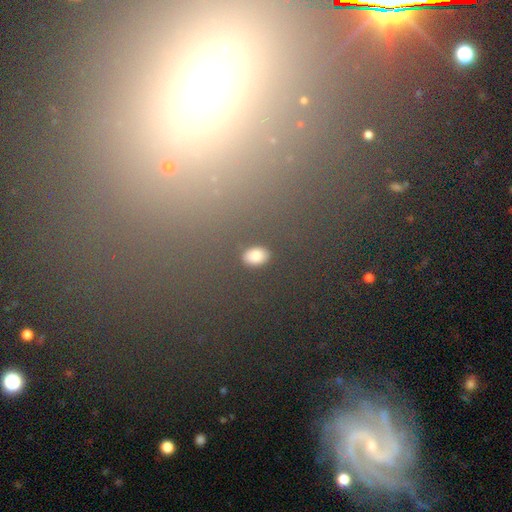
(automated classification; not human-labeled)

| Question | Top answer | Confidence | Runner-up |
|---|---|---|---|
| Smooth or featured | smooth | 78% | star or artifact (15%) |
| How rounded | in between | 83% | round (14%) |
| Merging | none | 89% | minor disturbance (7%) |